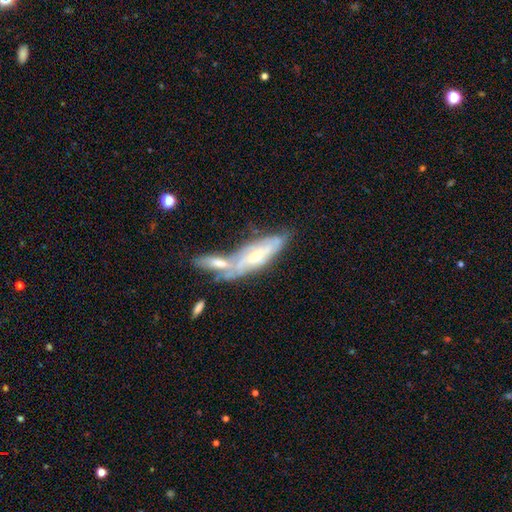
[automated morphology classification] Smooth or featured?
  - featured or disk: 67% *
  - smooth: 26%
  - star or artifact: 7%
Edge-on disk?
  - no: 68% *
  - yes: 32%
Merging?
  - merger: 43% *
  - none: 35%
  - minor disturbance: 16%
  - major disturbance: 6%